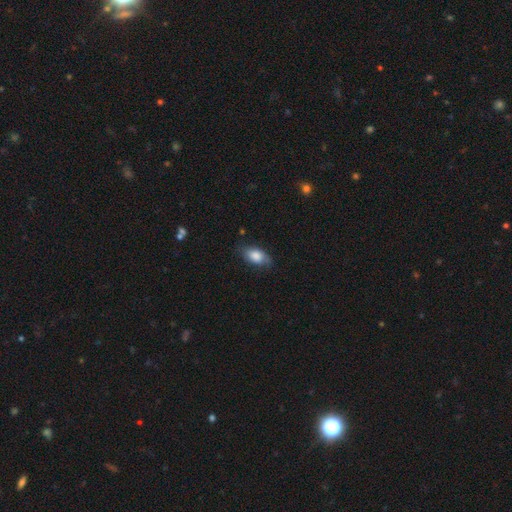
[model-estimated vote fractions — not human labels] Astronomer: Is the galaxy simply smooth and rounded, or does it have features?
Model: smooth — 82%.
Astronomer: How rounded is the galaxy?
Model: in between — 90%.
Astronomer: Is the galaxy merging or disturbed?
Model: none — 73%.